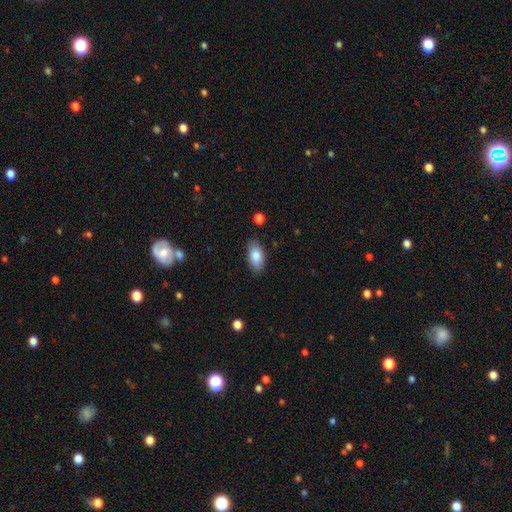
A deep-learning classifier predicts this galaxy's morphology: A smooth galaxy with no disk features (84%) that is in between round and cigar-shaped (92%). Merging: none (85%).